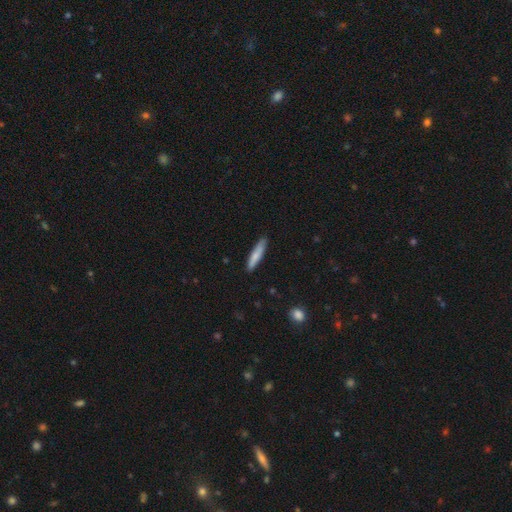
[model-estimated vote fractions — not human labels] The model was most divided on "smooth or featured": smooth: 76%, featured or disk: 19%, star or artifact: 6%. More confident: how rounded — cigar-shaped (88%); merging — none (87%).